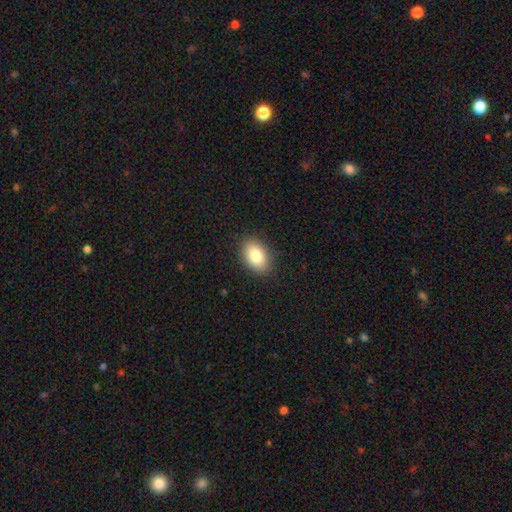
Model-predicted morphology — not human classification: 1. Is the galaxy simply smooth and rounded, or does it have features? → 82% smooth, 10% featured or disk, 8% star or artifact.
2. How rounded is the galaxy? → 85% in between, 14% round, 1% cigar-shaped.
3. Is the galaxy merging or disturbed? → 87% none, 9% minor disturbance, 2% major disturbance, 1% merger.